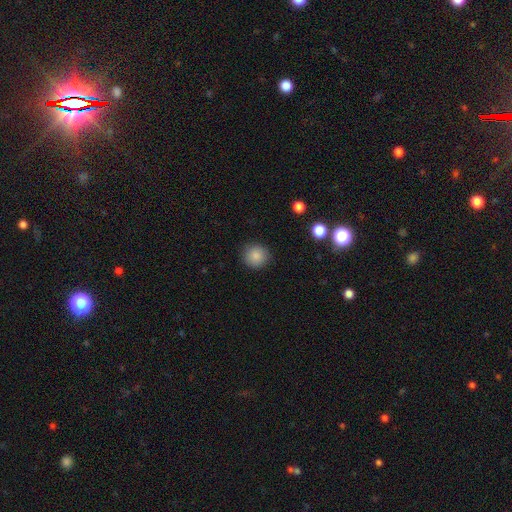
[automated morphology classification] Overall: smooth (87%). How rounded: round (92%). Merging: none (89%).